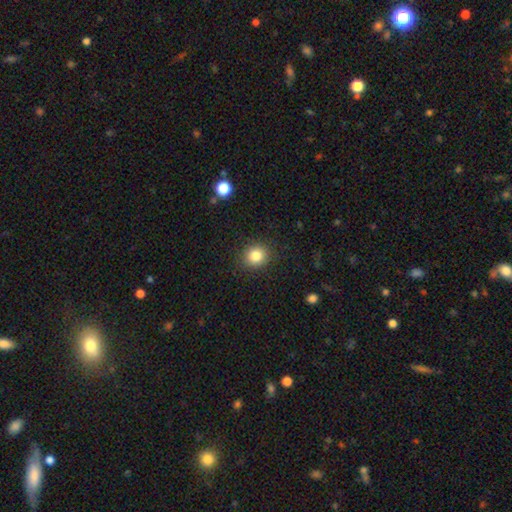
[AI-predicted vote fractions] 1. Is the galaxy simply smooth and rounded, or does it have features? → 83% smooth, 11% star or artifact, 6% featured or disk.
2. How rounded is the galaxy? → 81% round, 18% in between, 1% cigar-shaped.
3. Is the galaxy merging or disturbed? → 89% none, 8% minor disturbance, 3% major disturbance, 1% merger.